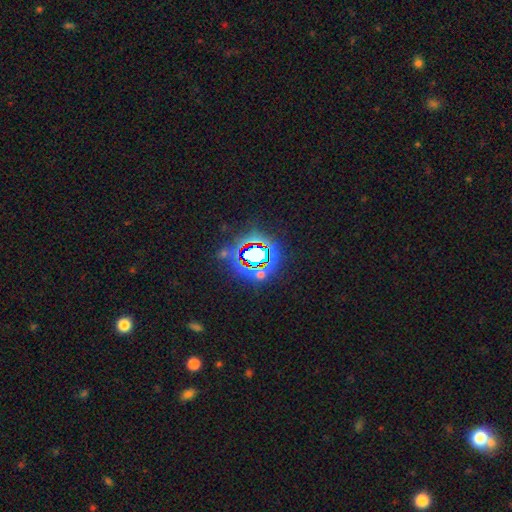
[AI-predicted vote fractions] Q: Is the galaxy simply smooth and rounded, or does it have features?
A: star or artifact — 73%.